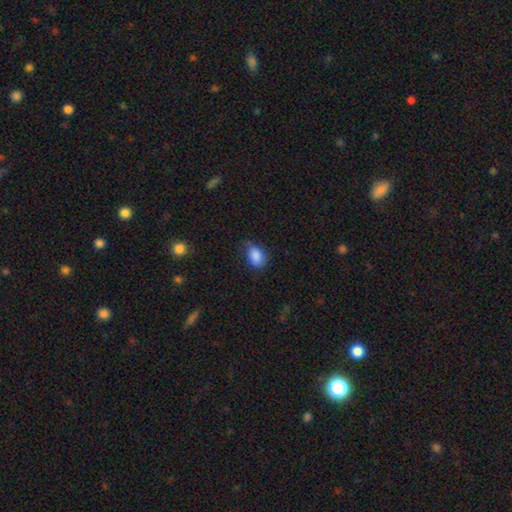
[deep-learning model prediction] The model was most divided on "merging": none: 61%, minor disturbance: 30%, major disturbance: 8%, merger: 2%. More confident: smooth or featured — smooth (86%); how rounded — in between (80%).